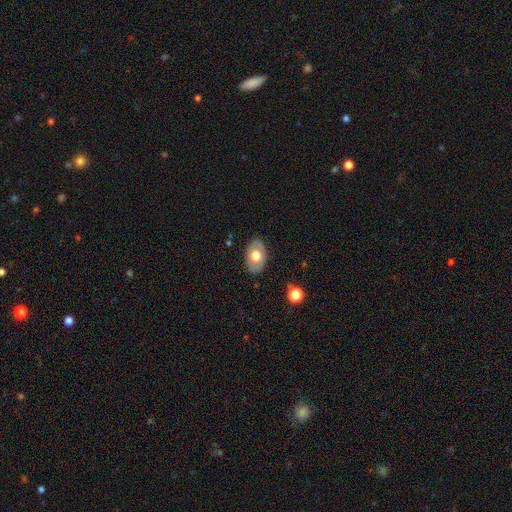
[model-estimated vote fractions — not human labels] smooth 56%, featured or disk 38%, star or artifact 6%. Down the decision tree: how rounded — in between (84%); merging — none (83%).